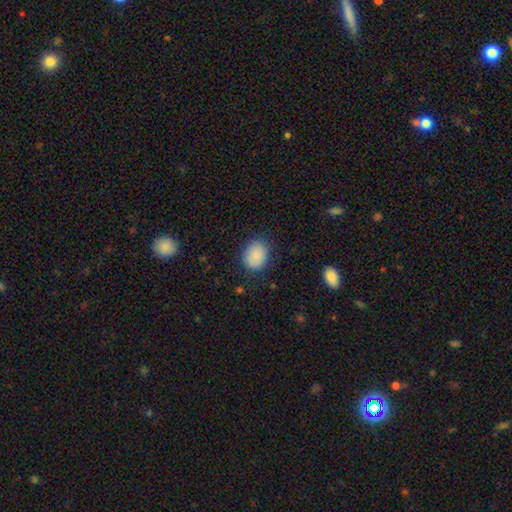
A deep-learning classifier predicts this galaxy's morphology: A smooth galaxy with no disk features (88%) that is in between round and cigar-shaped (55%).

Vote fractions:
- Smooth or featured? smooth: 88% / star or artifact: 8% / featured or disk: 5%
- How rounded? in between: 55% / round: 45% / cigar-shaped: 1%
- Merging? none: 85% / minor disturbance: 11% / major disturbance: 3% / merger: 1%